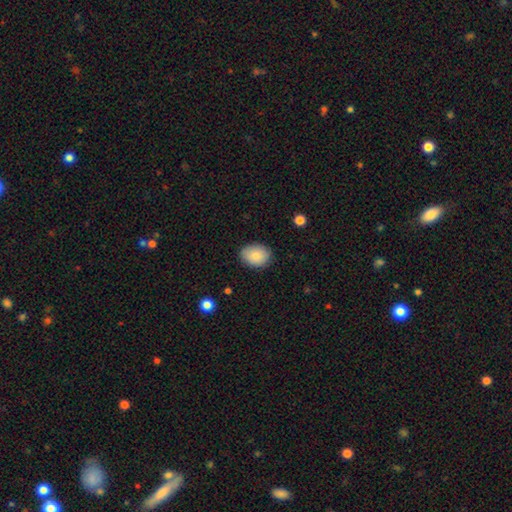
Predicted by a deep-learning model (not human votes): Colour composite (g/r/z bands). It shows a smooth galaxy with no disk features (85%) that is in between round and cigar-shaped (67%). Merging: none (84%).